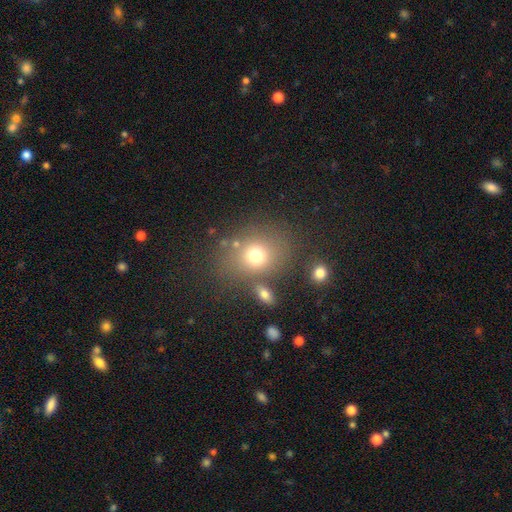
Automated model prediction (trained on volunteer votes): The model was most divided on "how rounded": round: 62%, in between: 37%, cigar-shaped: 1%. More confident: smooth or featured — smooth (72%); merging — none (68%).